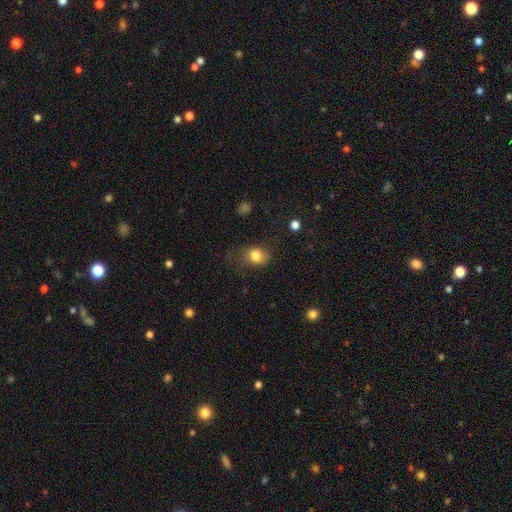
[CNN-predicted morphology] A smooth galaxy with no disk features (82%) that is round (53%).

Vote fractions:
- Smooth or featured? smooth: 82% / star or artifact: 11% / featured or disk: 8%
- How rounded? round: 53% / in between: 46% / cigar-shaped: 1%
- Merging? none: 60% / minor disturbance: 24% / major disturbance: 14% / merger: 2%